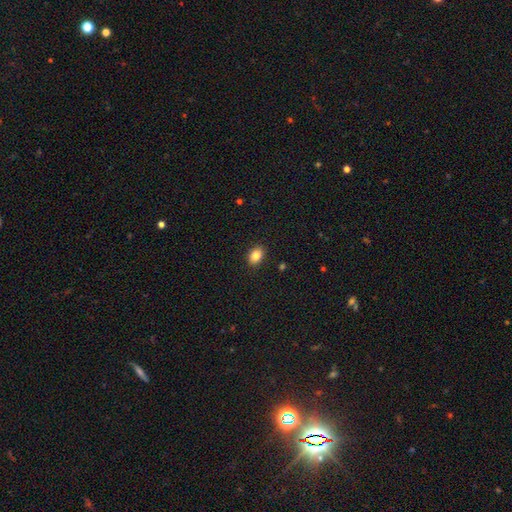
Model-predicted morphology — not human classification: smooth 84%, star or artifact 9%, featured or disk 7%. Down the decision tree: how rounded — in between (78%); merging — none (89%).